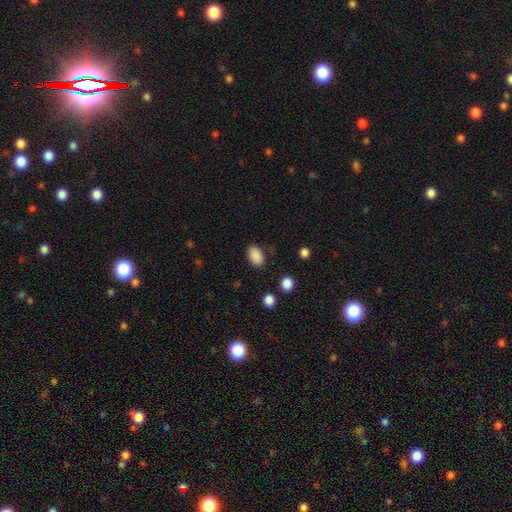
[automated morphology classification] The model was most divided on "merging": none: 84%, minor disturbance: 11%, major disturbance: 3%, merger: 2%. More confident: how rounded — in between (89%); smooth or featured — smooth (88%).